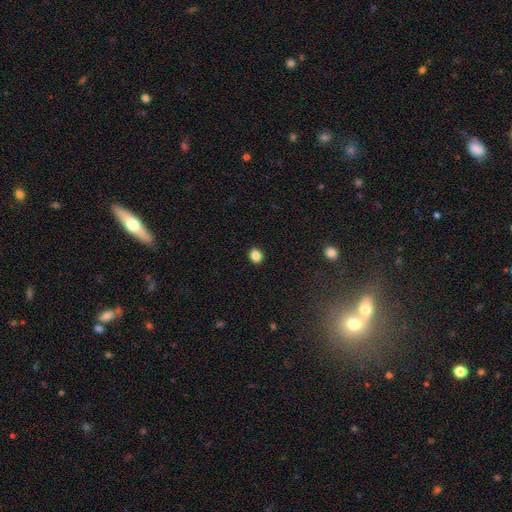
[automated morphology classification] This is clearly a smooth galaxy (86%). How rounded: possibly round (56%). Merging: clearly none (91%).